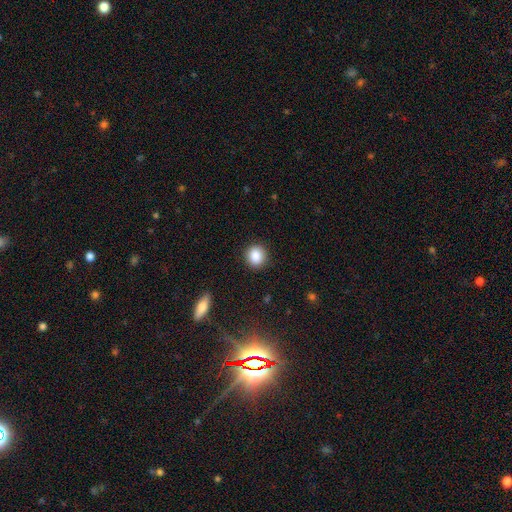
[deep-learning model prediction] Smooth or featured: smooth — 88% (star or artifact — 9%)
How rounded: round — 85% (in between — 14%)
Merging: none — 90% (minor disturbance — 7%)